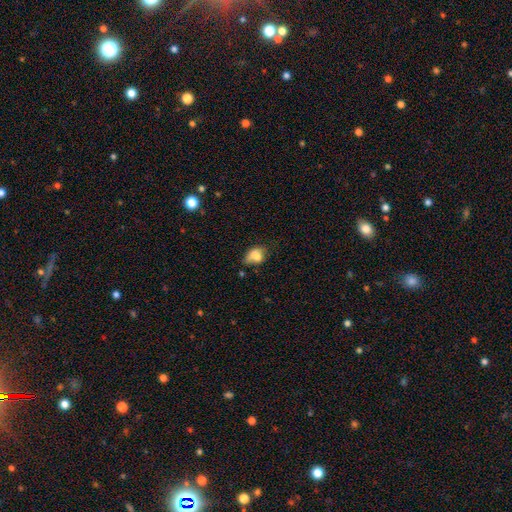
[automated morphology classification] smooth_or_featured: smooth (p=0.70) [alt: featured or disk p=0.19]
how_rounded: in between (p=0.72) [alt: round p=0.26]
merging: none (p=0.35) [alt: minor disturbance p=0.32]